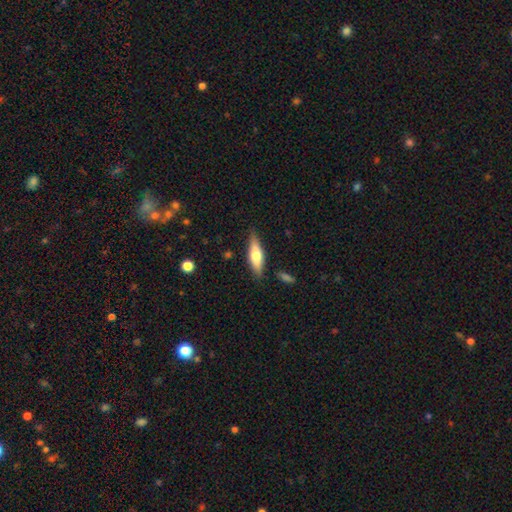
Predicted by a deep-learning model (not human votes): Smooth or featured? smooth (55%)
How rounded? cigar-shaped (56%)
Merging? none (83%)